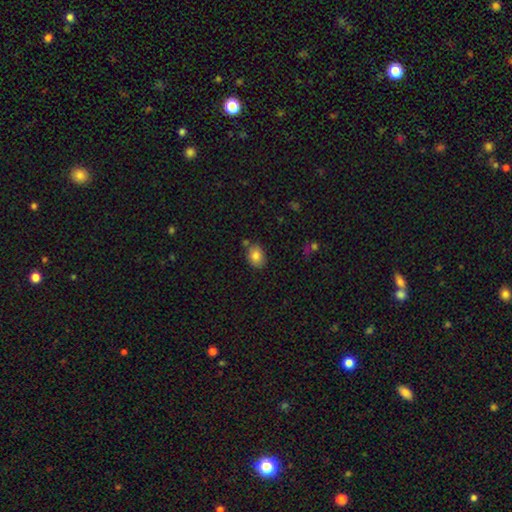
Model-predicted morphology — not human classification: Smooth or featured?
  - smooth: 83% *
  - star or artifact: 9%
  - featured or disk: 8%
How rounded?
  - in between: 61% *
  - round: 38%
  - cigar-shaped: 1%
Merging?
  - none: 74% *
  - minor disturbance: 15%
  - merger: 8%
  - major disturbance: 3%